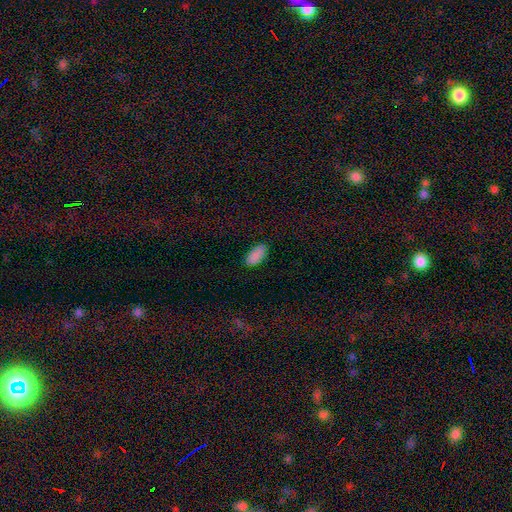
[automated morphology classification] smooth-or-featured: smooth: 89% | star or artifact: 7% | featured or disk: 4%
  how-rounded: in between: 93% | cigar-shaped: 4% | round: 2%
  merging: none: 85% | minor disturbance: 12% | major disturbance: 2% | merger: 1%